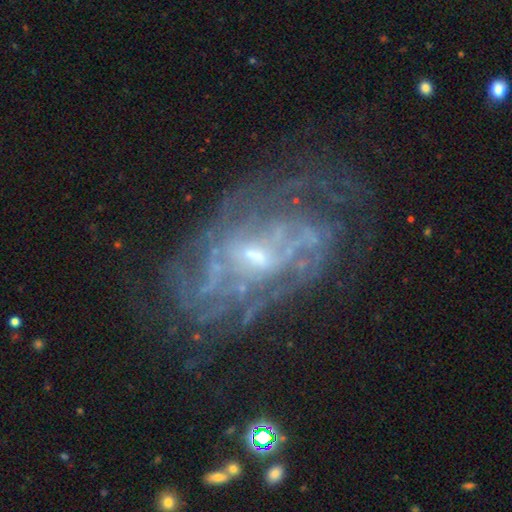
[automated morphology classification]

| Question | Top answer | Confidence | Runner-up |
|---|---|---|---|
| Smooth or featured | featured or disk | 83% | star or artifact (9%) |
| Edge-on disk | no | 95% | yes (5%) |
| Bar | weak | 46% | no (42%) |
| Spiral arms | yes | 87% | no (13%) |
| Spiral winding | tight | 59% | medium (31%) |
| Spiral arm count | can't tell | 52% | 4 (12%) |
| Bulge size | small | 60% | moderate (32%) |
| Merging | none | 68% | minor disturbance (18%) |